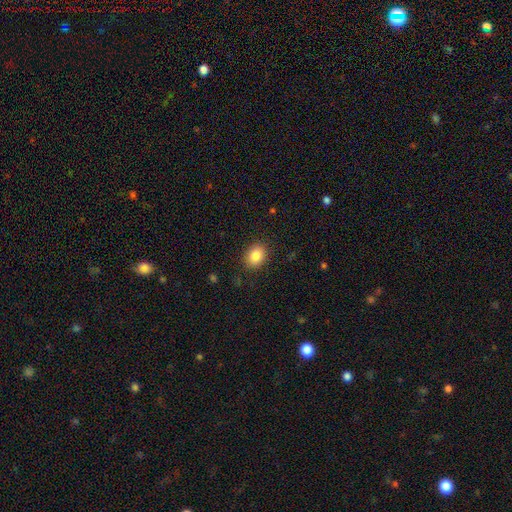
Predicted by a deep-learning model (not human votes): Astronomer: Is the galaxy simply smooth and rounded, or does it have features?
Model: smooth — 85%.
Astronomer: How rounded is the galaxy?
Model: in between — 58% (runner-up: round, 41%).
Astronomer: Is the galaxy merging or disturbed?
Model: none — 88%.